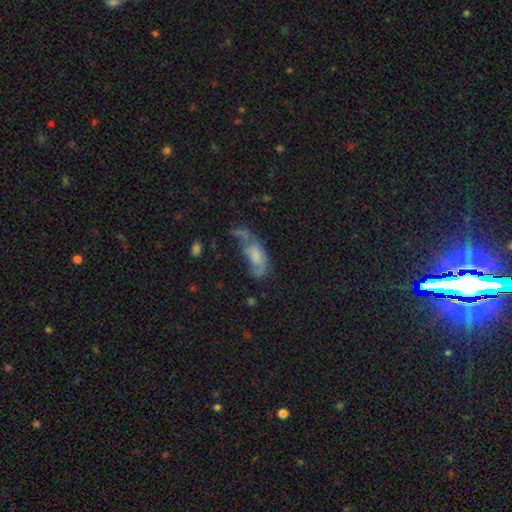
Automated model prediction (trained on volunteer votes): Morphology: type=smooth (49%); merging=major disturbance (39%).